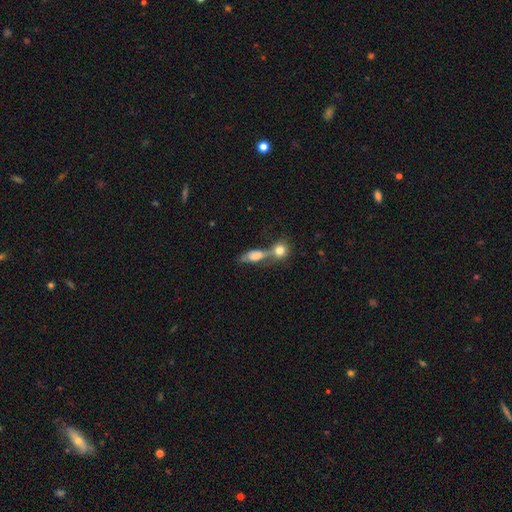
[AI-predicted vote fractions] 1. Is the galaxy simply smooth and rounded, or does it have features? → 64% smooth, 27% featured or disk, 10% star or artifact.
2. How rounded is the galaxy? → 64% in between, 20% cigar-shaped, 16% round.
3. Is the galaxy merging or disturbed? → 50% merger, 27% none, 13% minor disturbance, 11% major disturbance.